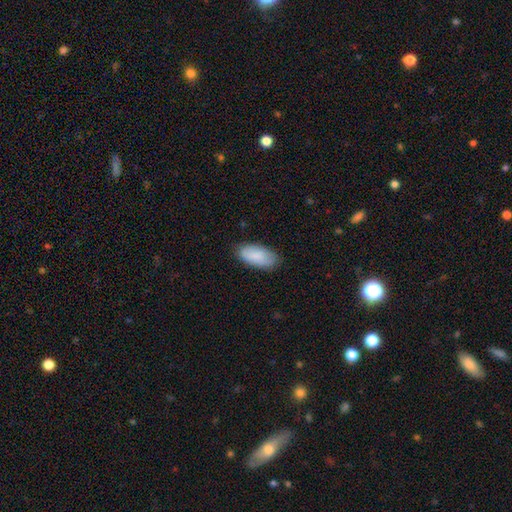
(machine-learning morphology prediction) A smooth galaxy with no disk features (86%) that is in between round and cigar-shaped (93%).

Vote fractions:
- Smooth or featured? smooth: 86% / featured or disk: 8% / star or artifact: 6%
- How rounded? in between: 93% / cigar-shaped: 4% / round: 2%
- Merging? none: 81% / minor disturbance: 15% / major disturbance: 3% / merger: 1%